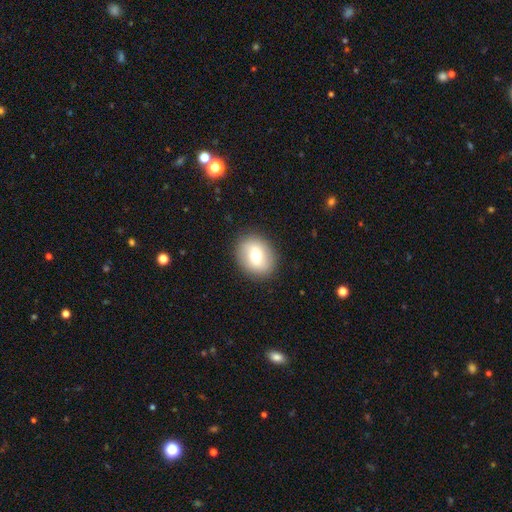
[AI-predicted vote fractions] Overall: smooth (66%). How rounded: round (55%; in between 44%). Merging: none (89%).